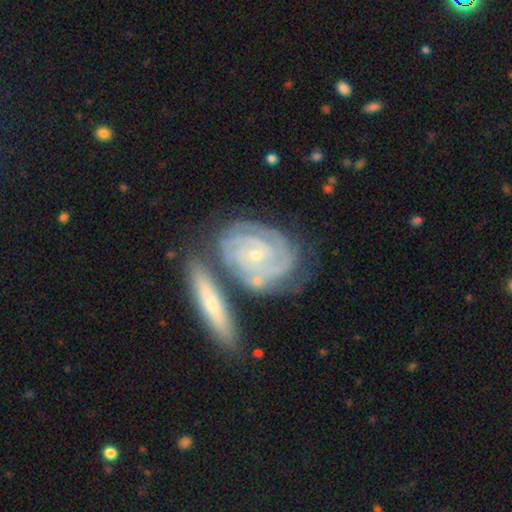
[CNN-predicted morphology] The model was most divided on "spiral arm count": 3: 28%, can't tell: 24%, 2: 22%, 4: 16%, more than 4: 6%, 1: 5%. More confident: spiral arms — yes (98%); edge-on disk — no (95%); smooth or featured — featured or disk (89%); spiral winding — tight (82%); bulge size — small (75%); bar — no (69%); merging — none (62%).